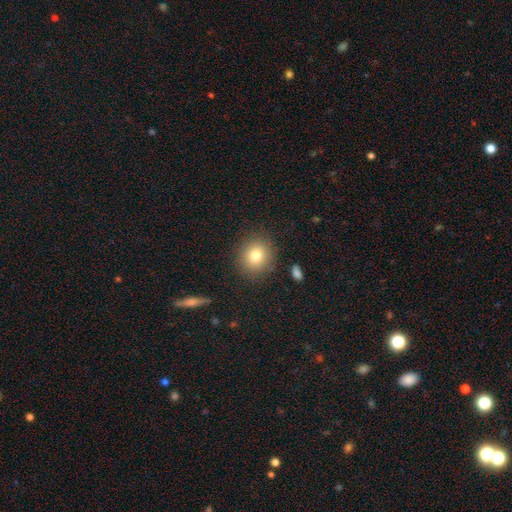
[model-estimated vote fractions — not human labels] smooth-or-featured: smooth: 79% | star or artifact: 11% | featured or disk: 10%
  how-rounded: round: 81% | in between: 18% | cigar-shaped: 1%
  merging: none: 86% | minor disturbance: 9% | major disturbance: 3% | merger: 2%